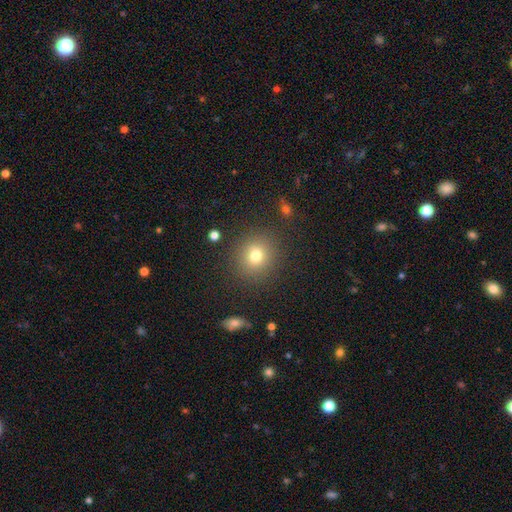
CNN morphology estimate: smooth 76%, star or artifact 14%, featured or disk 10%. Down the decision tree: how rounded — round (85%); merging — none (87%).